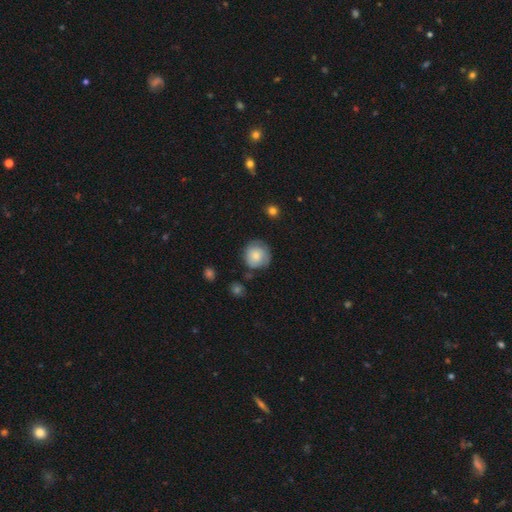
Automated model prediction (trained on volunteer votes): Smooth or featured? smooth (78%)
How rounded? round (90%)
Merging? none (70%)